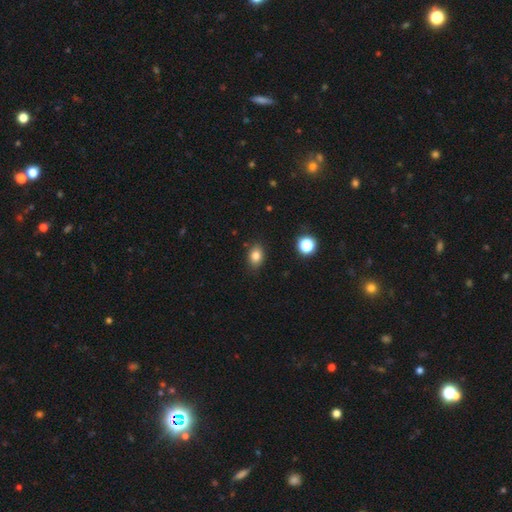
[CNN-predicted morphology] Q: Smooth or featured?
A: smooth (81%); runner-up: star or artifact (11%)
Q: How rounded?
A: in between (73%); runner-up: round (25%)
Q: Merging?
A: none (86%); runner-up: minor disturbance (10%)